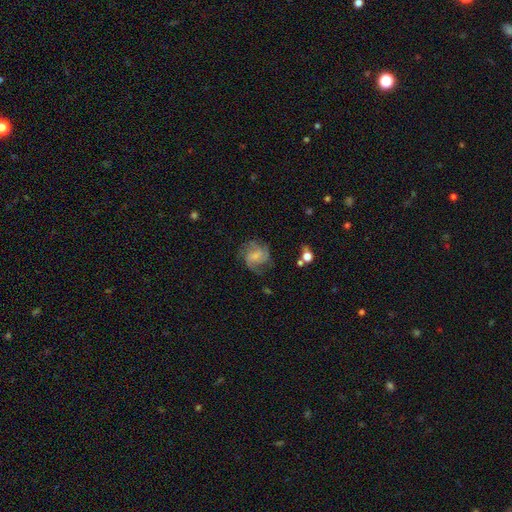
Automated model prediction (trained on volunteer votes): Morphology: type=featured or disk (73%); edge-on=no (98%); bar=no (58%); spiral arms=yes (93%); winding=medium (48%); arm count=3 (36%); bulge=small (52%); merging=none (66%).